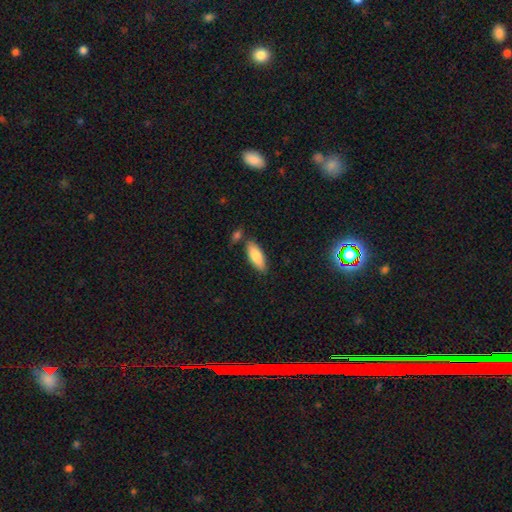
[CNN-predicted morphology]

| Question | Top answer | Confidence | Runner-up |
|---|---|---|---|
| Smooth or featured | smooth | 81% | featured or disk (14%) |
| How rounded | in between | 69% | cigar-shaped (29%) |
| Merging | none | 75% | minor disturbance (14%) |